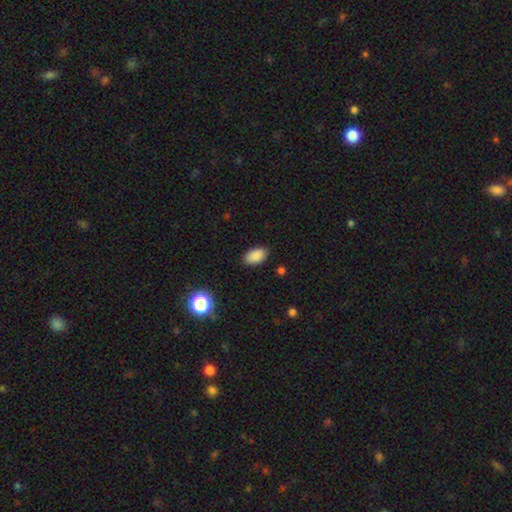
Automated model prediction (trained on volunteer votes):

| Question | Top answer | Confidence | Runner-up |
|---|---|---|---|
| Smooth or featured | smooth | 87% | star or artifact (9%) |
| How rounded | in between | 93% | round (6%) |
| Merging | none | 86% | minor disturbance (10%) |